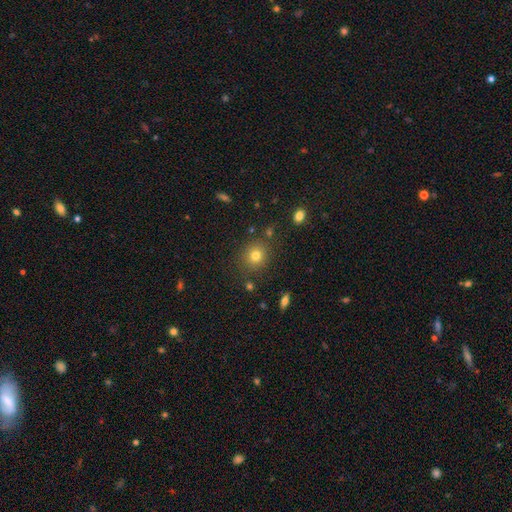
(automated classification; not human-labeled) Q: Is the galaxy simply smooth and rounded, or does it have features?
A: smooth — 77%.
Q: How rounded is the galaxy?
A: round — 87%.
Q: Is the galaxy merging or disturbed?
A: none — 85%.